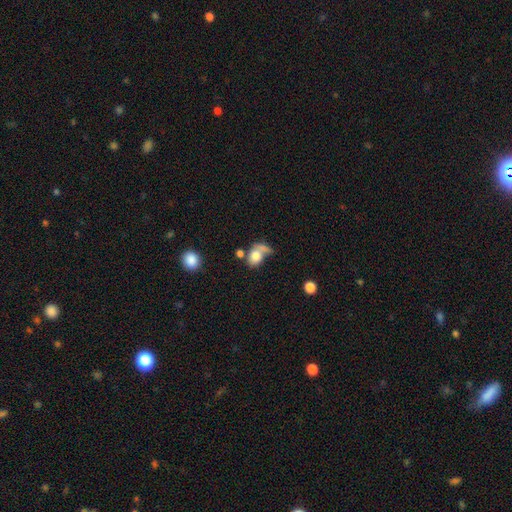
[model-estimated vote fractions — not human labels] Smooth or featured? Predicted: smooth (p=0.73). How rounded? Predicted: in between (p=0.60). Merging? Predicted: merger (p=0.33).